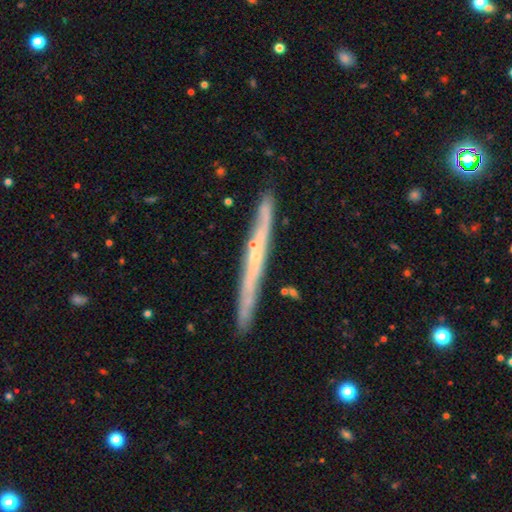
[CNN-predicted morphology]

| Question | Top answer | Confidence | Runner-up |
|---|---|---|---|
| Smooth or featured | featured or disk | 70% | smooth (24%) |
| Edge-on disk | yes | 95% | no (5%) |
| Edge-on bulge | none | 69% | rounded (27%) |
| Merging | none | 87% | minor disturbance (10%) |